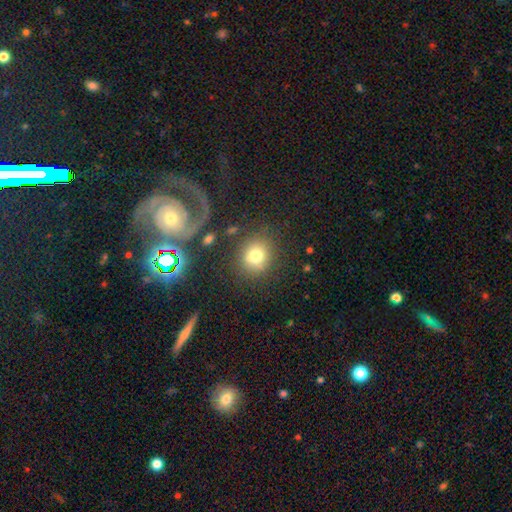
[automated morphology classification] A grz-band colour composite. It shows a smooth galaxy with no disk features (75%) that is round (84%). Merging: none (76%).